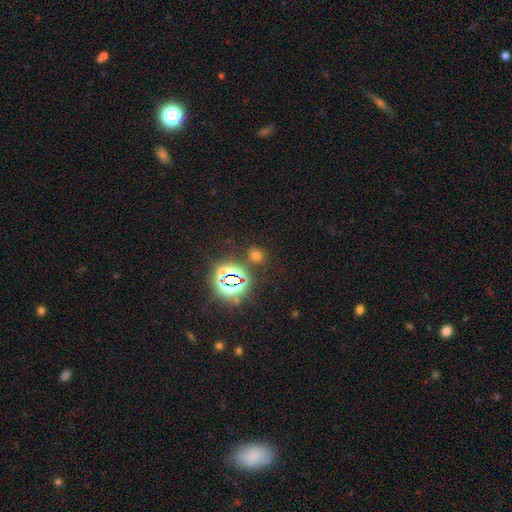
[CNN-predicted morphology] smooth-or-featured: smooth: 54% | star or artifact: 40% | featured or disk: 6%
  how-rounded: round: 57% | in between: 41% | cigar-shaped: 2%
  merging: none: 80% | minor disturbance: 10% | merger: 6% | major disturbance: 4%